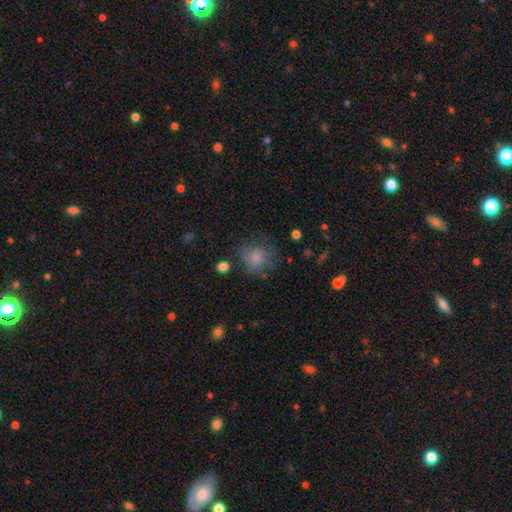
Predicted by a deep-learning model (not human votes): smooth_or_featured: smooth (p=0.70) [alt: featured or disk p=0.18]
how_rounded: round (p=0.80) [alt: in between p=0.19]
merging: none (p=0.60) [alt: minor disturbance p=0.23]